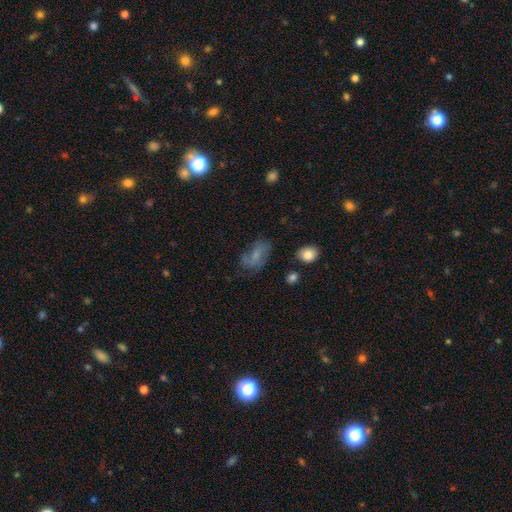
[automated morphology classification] A smooth galaxy with no disk features (57%) that is in between round and cigar-shaped (87%).

Vote fractions:
- Smooth or featured? smooth: 57% / featured or disk: 30% / star or artifact: 13%
- How rounded? in between: 87% / round: 9% / cigar-shaped: 4%
- Merging? none: 49% / minor disturbance: 26% / major disturbance: 19% / merger: 6%